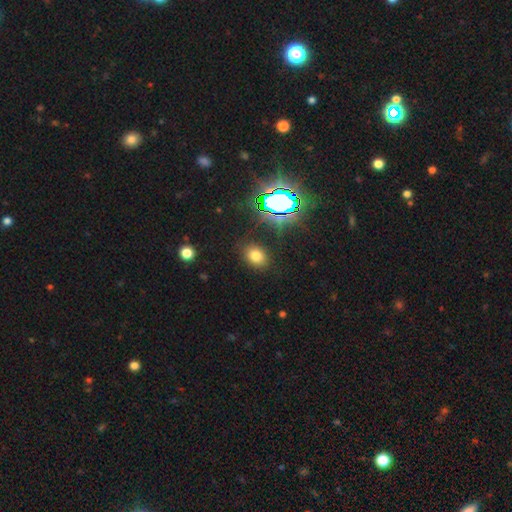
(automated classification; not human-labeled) Smooth or featured? smooth (71%)
How rounded? in between (60%)
Merging? none (85%)